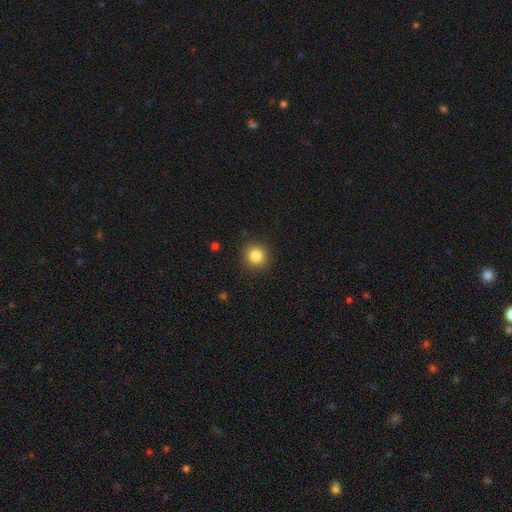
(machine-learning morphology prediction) A smooth galaxy with no disk features (84%) that is round (94%).

Vote fractions:
- Smooth or featured? smooth: 84% / star or artifact: 11% / featured or disk: 5%
- How rounded? round: 94% / in between: 6% / cigar-shaped: 1%
- Merging? none: 91% / minor disturbance: 6% / major disturbance: 2% / merger: 1%